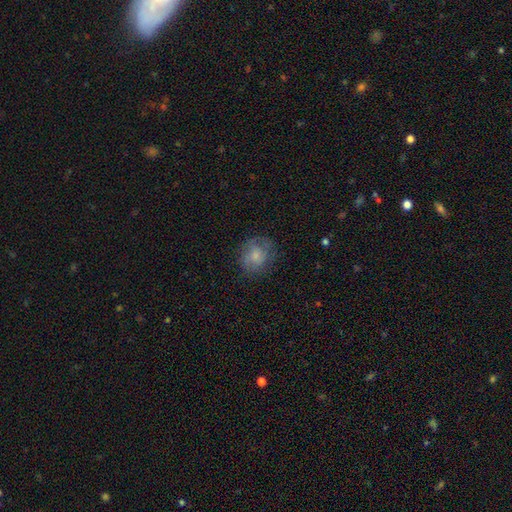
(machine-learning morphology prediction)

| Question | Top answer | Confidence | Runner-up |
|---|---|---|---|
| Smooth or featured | smooth | 60% | featured or disk (31%) |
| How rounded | round | 74% | in between (25%) |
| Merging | none | 69% | minor disturbance (20%) |